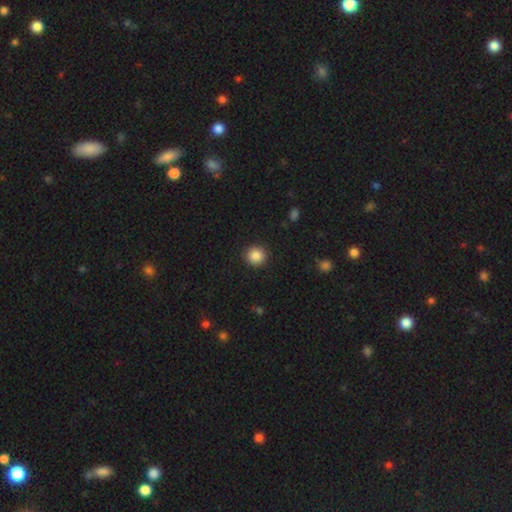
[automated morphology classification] Smooth or featured?
  - smooth: 86% *
  - star or artifact: 9%
  - featured or disk: 4%
How rounded?
  - round: 95% *
  - in between: 4%
  - cigar-shaped: 1%
Merging?
  - none: 92% *
  - minor disturbance: 5%
  - major disturbance: 2%
  - merger: 1%